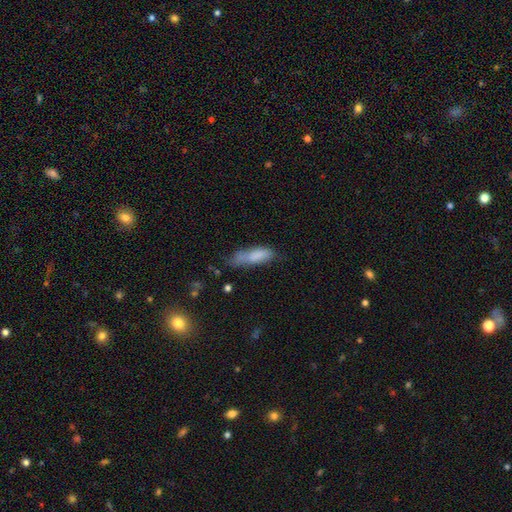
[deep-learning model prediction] The model was most divided on "merging": none: 37%, minor disturbance: 35%, major disturbance: 18%, merger: 10%. More confident: smooth or featured — smooth (78%); how rounded — in between (52%).